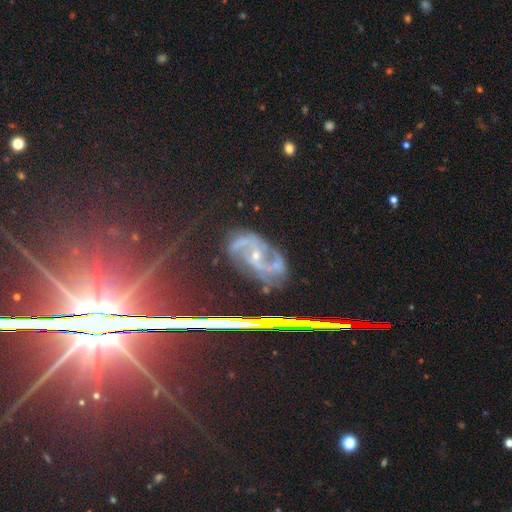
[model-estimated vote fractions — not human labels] smooth_or_featured: featured or disk (p=0.79) [alt: star or artifact p=0.15]
disk_edge_on: no (p=0.96) [alt: yes p=0.04]
bar: no (p=0.44) [alt: weak p=0.33]
has_spiral_arms: yes (p=0.96) [alt: no p=0.04]
spiral_winding: medium (p=0.50) [alt: loose p=0.26]
spiral_arm_count: 2 (p=0.81) [alt: can't tell p=0.06]
bulge_size: small (p=0.73) [alt: moderate p=0.23]
merging: none (p=0.66) [alt: minor disturbance p=0.19]